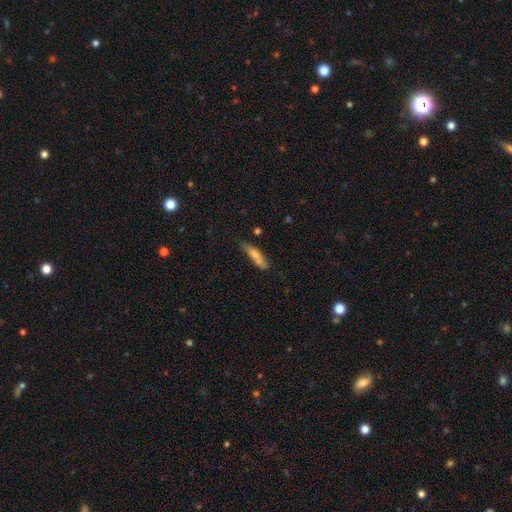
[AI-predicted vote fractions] This is likely a smooth galaxy (70%). How rounded: likely cigar-shaped (72%). Merging: possibly none (54%).